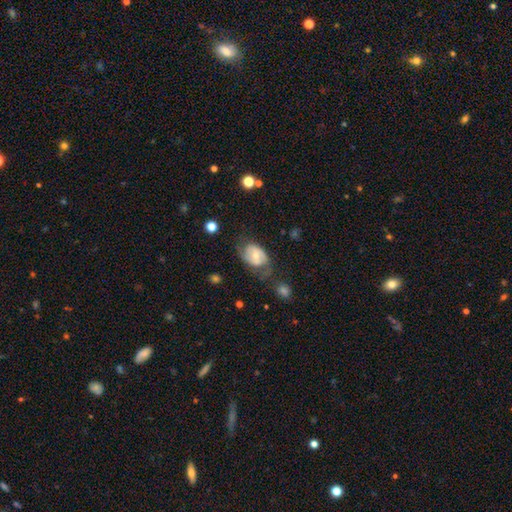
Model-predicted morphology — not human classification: Smooth or featured: featured or disk — 58% (smooth — 34%)
Edge-on disk: no — 95% (yes — 5%)
Bar: no — 56% (weak — 33%)
Spiral arms: yes — 72% (no — 28%)
Bulge size: moderate — 52% (small — 42%)
Merging: none — 45% (minor disturbance — 29%)